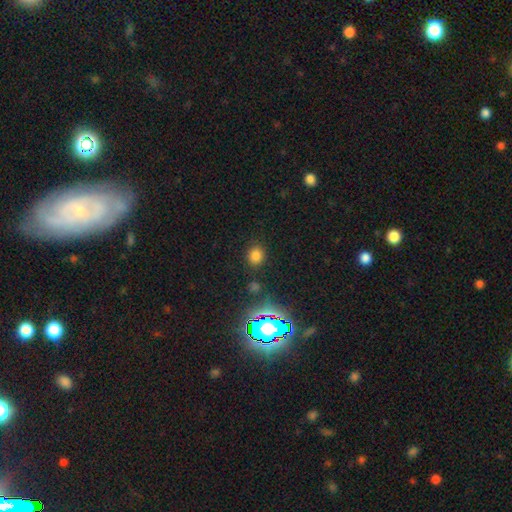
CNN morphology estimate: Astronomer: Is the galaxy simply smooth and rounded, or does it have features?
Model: smooth — 74%.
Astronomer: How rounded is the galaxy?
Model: round — 74%.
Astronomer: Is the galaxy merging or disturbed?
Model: none — 85%.